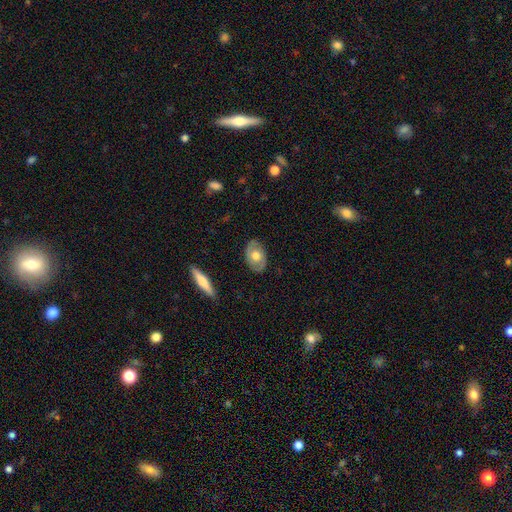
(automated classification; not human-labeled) Smooth or featured? Predicted: featured or disk (p=0.48). Merging? Predicted: none (p=0.84).